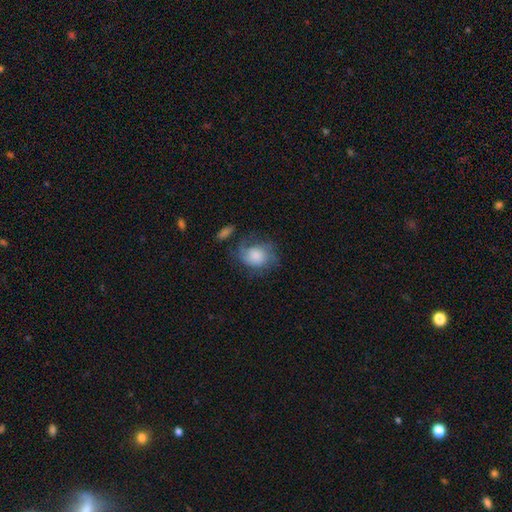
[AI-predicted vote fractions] A smooth galaxy with no disk features (63%) that is round (56%).

Vote fractions:
- Smooth or featured? smooth: 63% / featured or disk: 29% / star or artifact: 8%
- How rounded? round: 56% / in between: 43% / cigar-shaped: 1%
- Merging? none: 45% / minor disturbance: 27% / major disturbance: 23% / merger: 4%